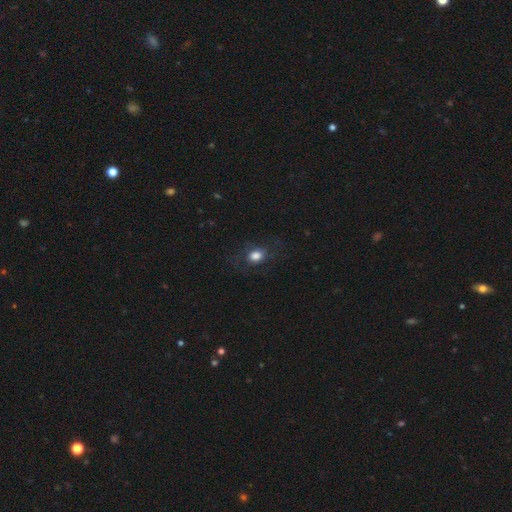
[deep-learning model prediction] Smooth or featured: smooth — 74% (featured or disk — 14%)
How rounded: round — 50% (in between — 49%)
Merging: none — 70% (minor disturbance — 17%)